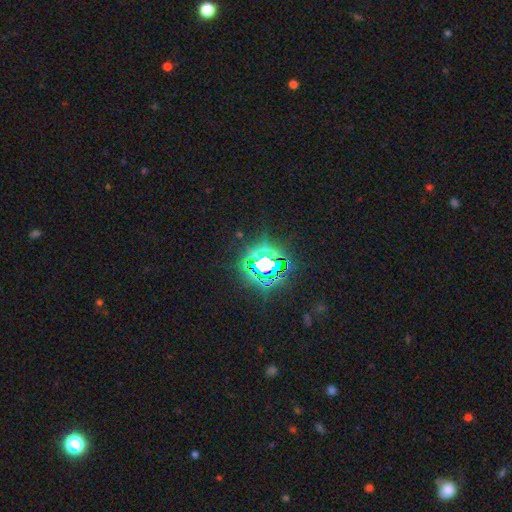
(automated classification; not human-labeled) smooth_or_featured: star or artifact (p=0.81) [alt: smooth p=0.12]